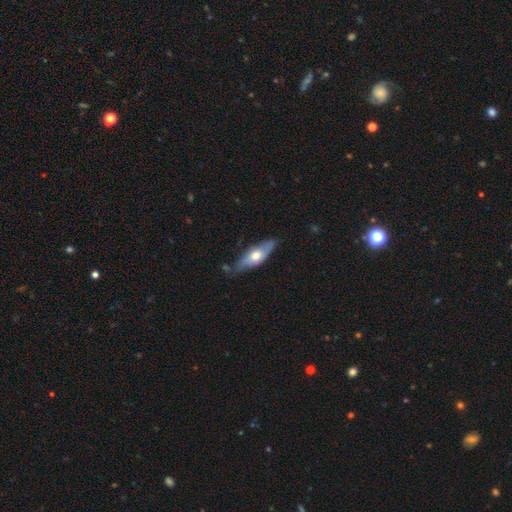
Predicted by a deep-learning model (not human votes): Q: Smooth or featured?
A: smooth (49%); runner-up: featured or disk (46%)
Q: Merging?
A: none (68%); runner-up: minor disturbance (24%)